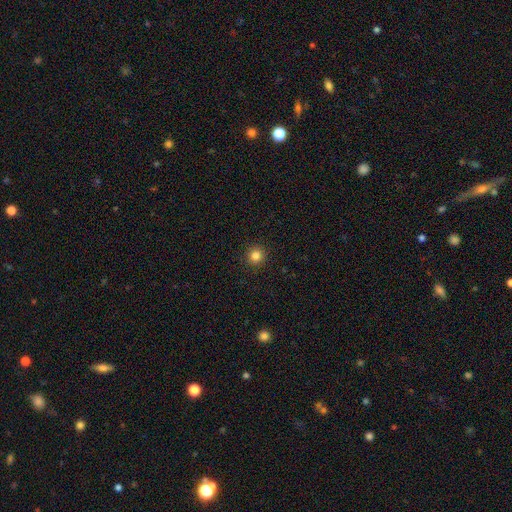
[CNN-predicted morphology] smooth-or-featured: smooth: 83% | star or artifact: 12% | featured or disk: 4%
  how-rounded: round: 95% | in between: 4% | cigar-shaped: 1%
  merging: none: 93% | minor disturbance: 5% | major disturbance: 2% | merger: 1%